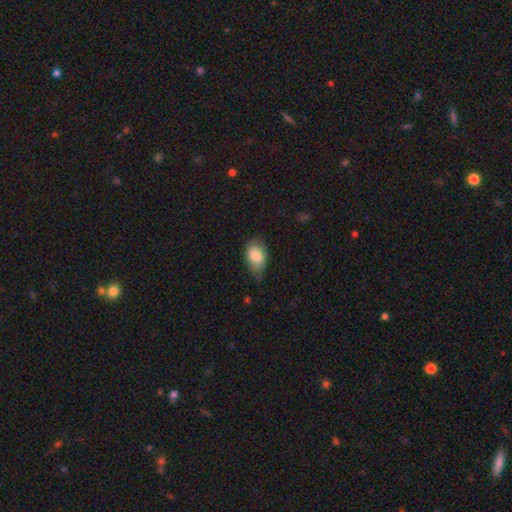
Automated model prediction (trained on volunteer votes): Overall: smooth (80%). How rounded: in between (86%). Merging: none (56%; minor disturbance 35%).